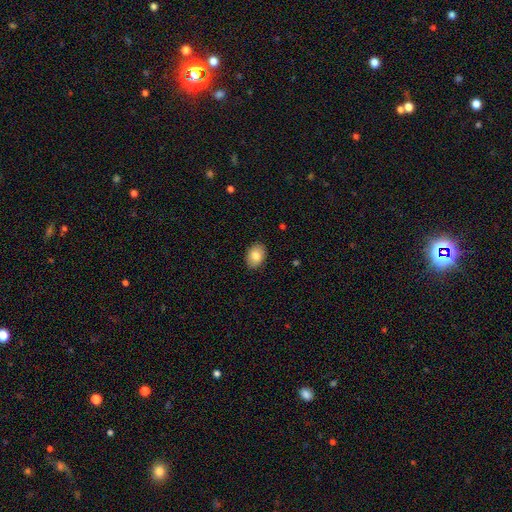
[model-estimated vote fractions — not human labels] A smooth galaxy with no disk features (83%) that is in between round and cigar-shaped (74%). Merging: none (89%).